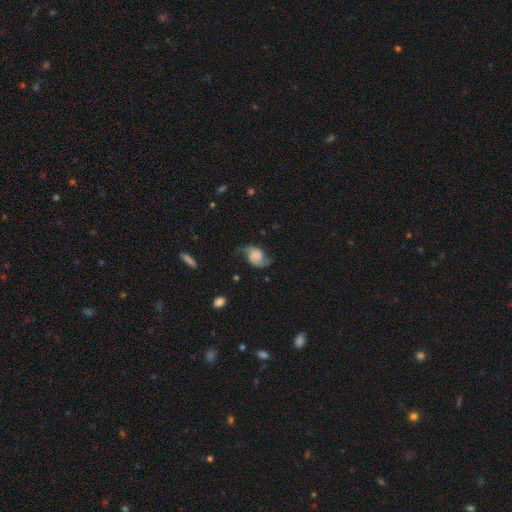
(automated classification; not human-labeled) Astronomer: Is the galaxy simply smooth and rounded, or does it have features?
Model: featured or disk — 72%.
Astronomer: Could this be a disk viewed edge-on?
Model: no — 97%.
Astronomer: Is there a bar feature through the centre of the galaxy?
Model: no — 68%.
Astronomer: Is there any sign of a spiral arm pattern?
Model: yes — 95%.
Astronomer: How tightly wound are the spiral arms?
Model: loose — 60%.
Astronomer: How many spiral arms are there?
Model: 2 — 92%.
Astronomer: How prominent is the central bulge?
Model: none — 47%.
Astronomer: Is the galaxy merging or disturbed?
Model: none — 66%.